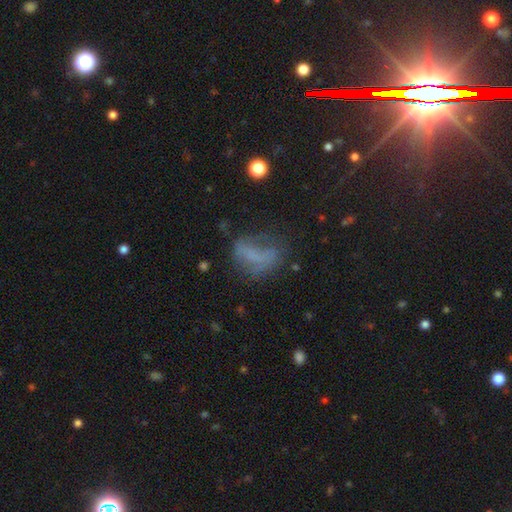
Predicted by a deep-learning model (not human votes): A smooth galaxy with no disk features (50%). Merging: none (39%).